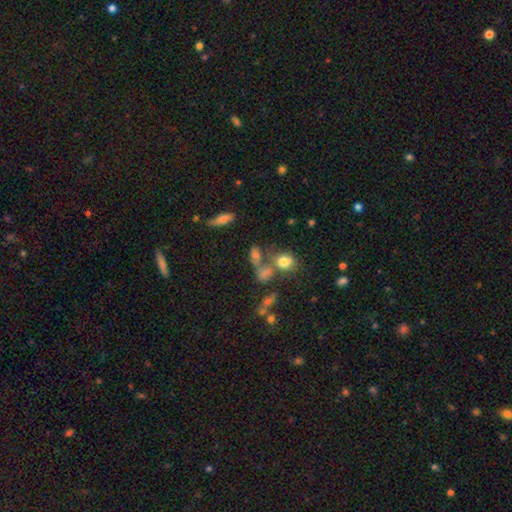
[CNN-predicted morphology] A smooth galaxy with no disk features (61%) that is in between round and cigar-shaped (49%).

Vote fractions:
- Smooth or featured? smooth: 61% / star or artifact: 22% / featured or disk: 17%
- How rounded? in between: 49% / round: 45% / cigar-shaped: 6%
- Merging? none: 45% / merger: 33% / minor disturbance: 13% / major disturbance: 9%